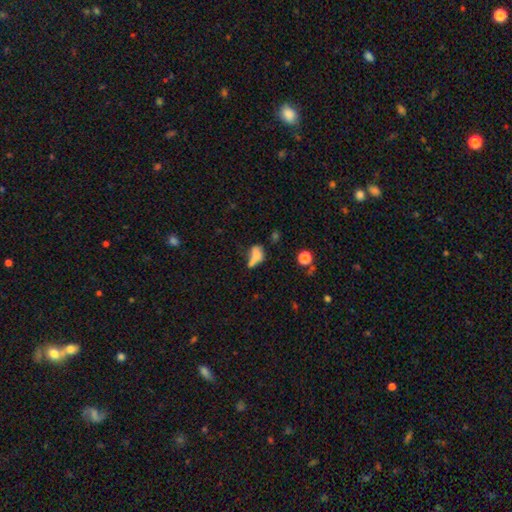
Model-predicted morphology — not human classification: The model was most divided on "merging": merger: 35%, none: 24%, major disturbance: 22%, minor disturbance: 19%. More confident: how rounded — in between (73%); smooth or featured — smooth (65%).